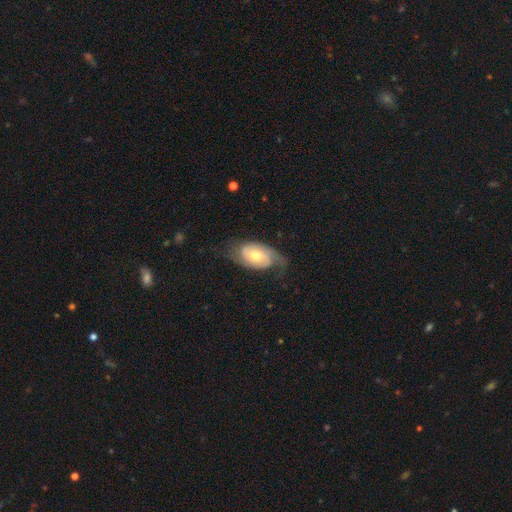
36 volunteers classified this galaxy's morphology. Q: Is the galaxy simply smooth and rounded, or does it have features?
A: featured or disk — 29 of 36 (81%).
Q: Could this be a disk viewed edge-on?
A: no — 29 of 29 (100%).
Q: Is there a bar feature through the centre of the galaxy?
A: no — 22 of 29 (76%).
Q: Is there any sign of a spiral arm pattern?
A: yes — 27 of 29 (93%).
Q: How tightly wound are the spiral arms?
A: medium — 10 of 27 (37%).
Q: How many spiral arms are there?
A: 2 — 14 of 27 (52%).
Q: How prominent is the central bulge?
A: moderate — 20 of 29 (69%).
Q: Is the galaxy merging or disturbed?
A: none — 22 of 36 (61%).